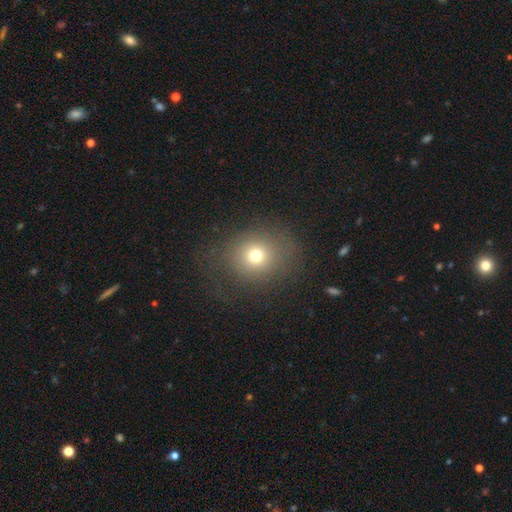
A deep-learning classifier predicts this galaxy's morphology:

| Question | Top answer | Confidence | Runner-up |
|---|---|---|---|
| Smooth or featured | smooth | 70% | star or artifact (17%) |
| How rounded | round | 78% | in between (21%) |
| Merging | none | 74% | minor disturbance (13%) |